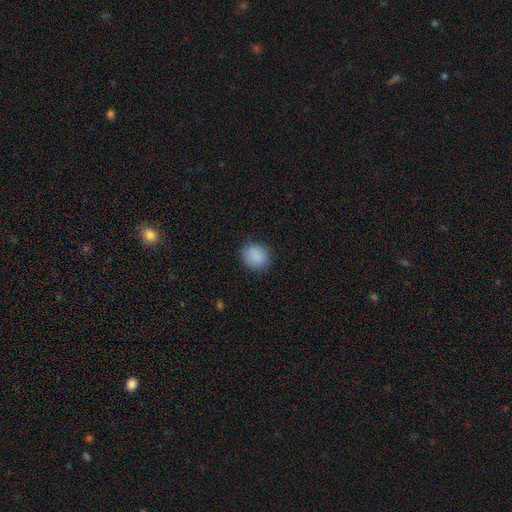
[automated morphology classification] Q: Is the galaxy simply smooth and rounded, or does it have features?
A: smooth — 89%.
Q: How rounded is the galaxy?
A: round — 74%.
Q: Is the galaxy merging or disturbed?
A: none — 84%.